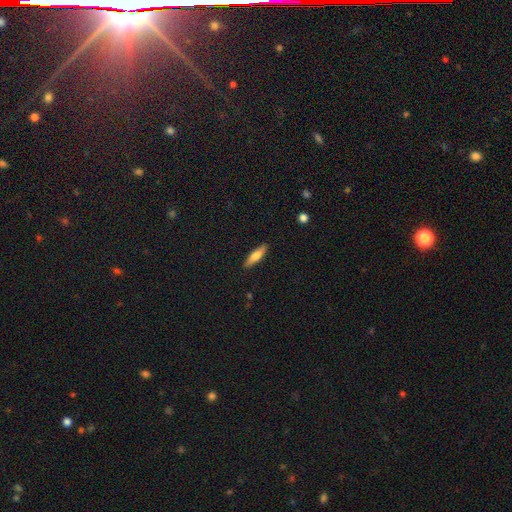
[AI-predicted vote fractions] Smooth or featured: smooth — 71% (featured or disk — 23%)
How rounded: cigar-shaped — 68% (in between — 30%)
Merging: none — 88% (minor disturbance — 9%)